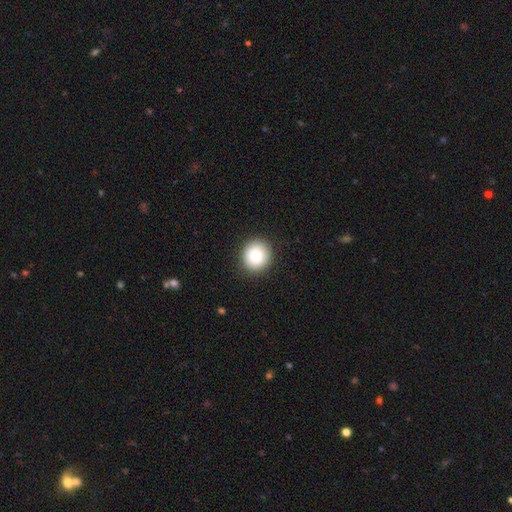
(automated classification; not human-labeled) smooth-or-featured: smooth: 84% | star or artifact: 9% | featured or disk: 8%
  how-rounded: round: 89% | in between: 10% | cigar-shaped: 1%
  merging: none: 91% | minor disturbance: 6% | major disturbance: 2% | merger: 1%